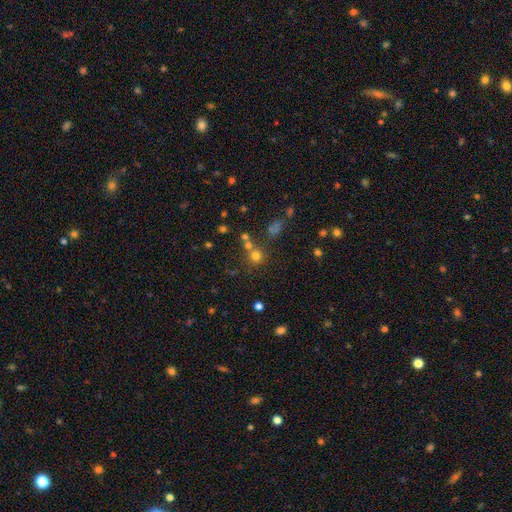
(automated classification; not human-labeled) Q: Smooth or featured?
A: smooth (68%); runner-up: star or artifact (23%)
Q: How rounded?
A: round (90%); runner-up: in between (9%)
Q: Merging?
A: none (64%); runner-up: merger (24%)